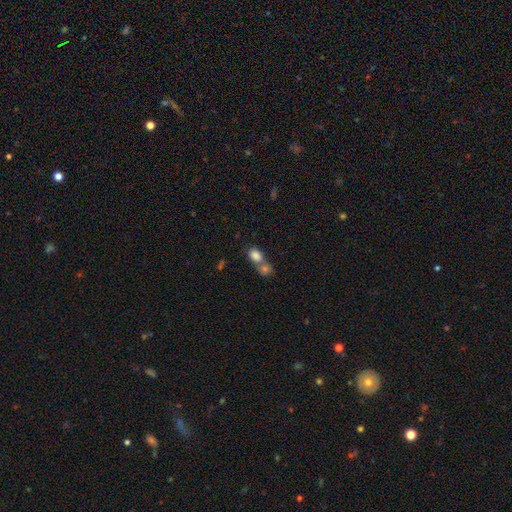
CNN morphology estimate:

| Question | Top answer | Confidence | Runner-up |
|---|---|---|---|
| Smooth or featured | smooth | 82% | star or artifact (9%) |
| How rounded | in between | 65% | round (33%) |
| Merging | merger | 60% | none (29%) |